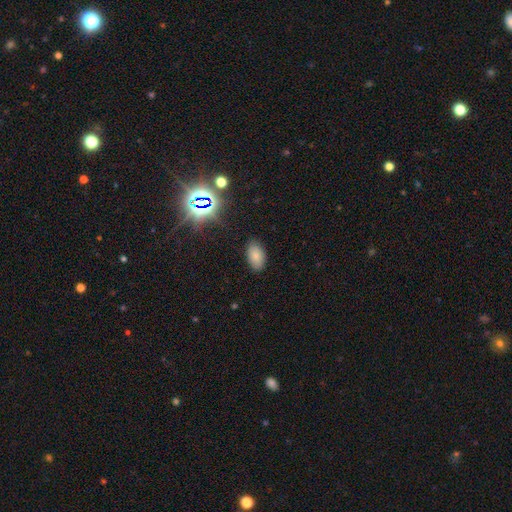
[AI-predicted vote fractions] A smooth galaxy with no disk features (79%) that is in between round and cigar-shaped (93%). Merging: none (86%).